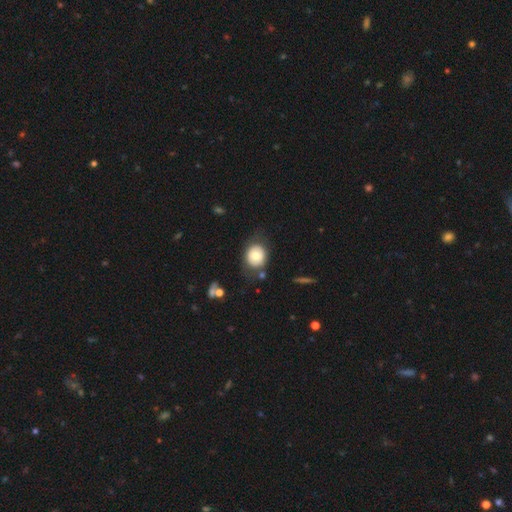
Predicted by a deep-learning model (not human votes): Smooth or featured? Predicted: smooth (p=0.68). How rounded? Predicted: round (p=0.70). Merging? Predicted: none (p=0.68).